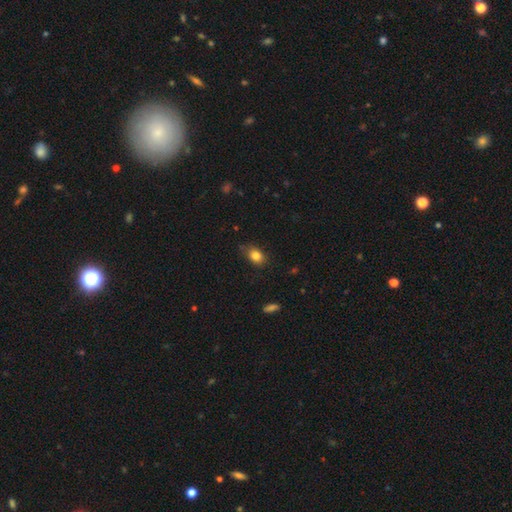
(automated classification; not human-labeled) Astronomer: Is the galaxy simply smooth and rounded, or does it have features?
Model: smooth — 83%.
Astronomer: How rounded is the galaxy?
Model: in between — 73%.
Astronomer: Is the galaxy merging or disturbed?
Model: none — 75%.